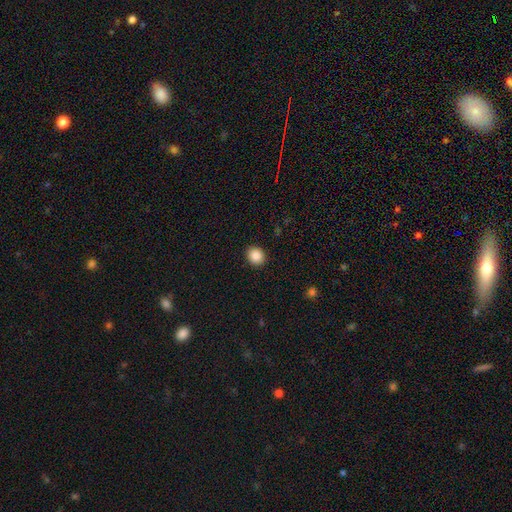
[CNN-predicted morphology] Overall: smooth (88%). How rounded: round (75%). Merging: none (91%).